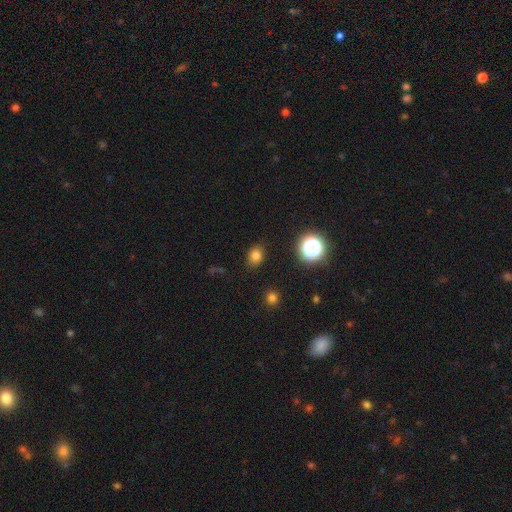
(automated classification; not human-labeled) This is likely a smooth galaxy (78%). How rounded: possibly in between (50%). Merging: clearly none (86%).